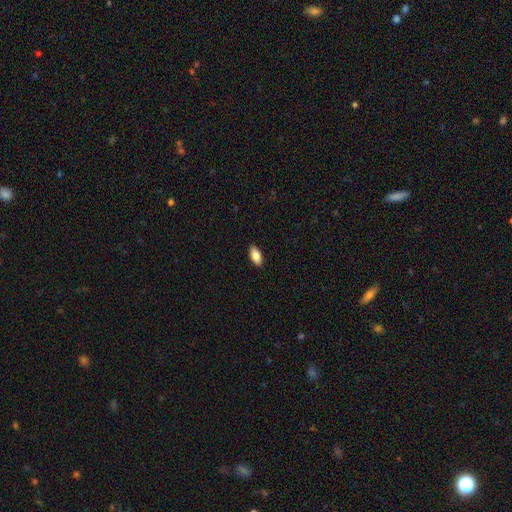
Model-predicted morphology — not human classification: This is clearly a smooth galaxy (82%). How rounded: clearly in between (90%). Merging: clearly none (90%).